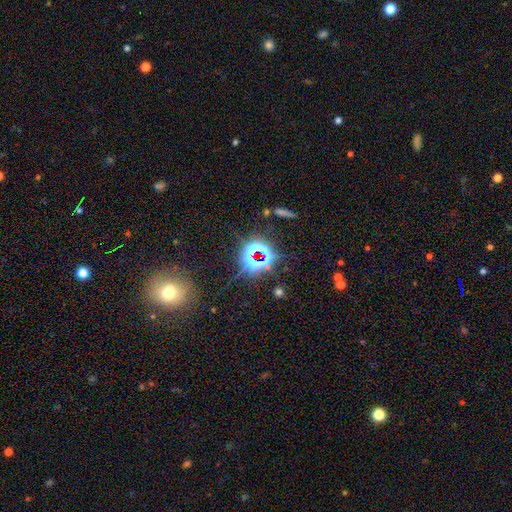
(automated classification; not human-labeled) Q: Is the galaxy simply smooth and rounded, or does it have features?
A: star or artifact — 78%.